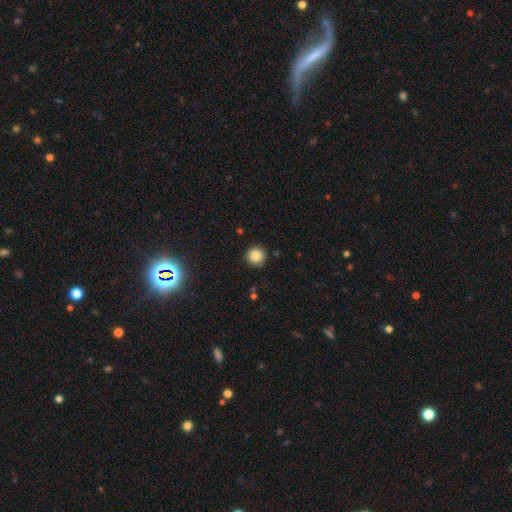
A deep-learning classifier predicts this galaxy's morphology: smooth_or_featured: smooth (p=0.85) [alt: star or artifact p=0.11]
how_rounded: round (p=0.95) [alt: in between p=0.04]
merging: none (p=0.90) [alt: minor disturbance p=0.07]